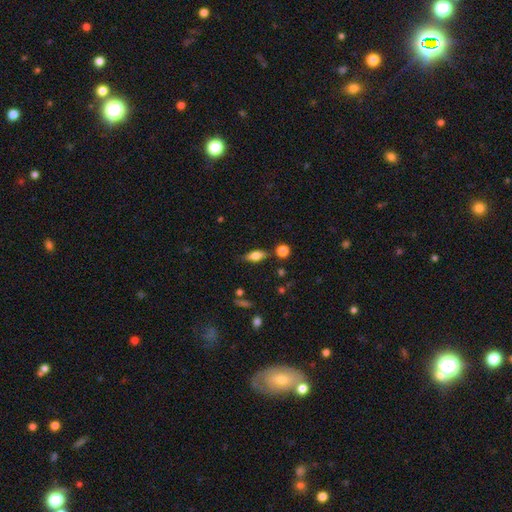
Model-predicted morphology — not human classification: Smooth or featured?
  - smooth: 65% *
  - featured or disk: 26%
  - star or artifact: 9%
How rounded?
  - in between: 73% *
  - cigar-shaped: 22%
  - round: 5%
Merging?
  - none: 74% *
  - minor disturbance: 16%
  - merger: 6%
  - major disturbance: 4%